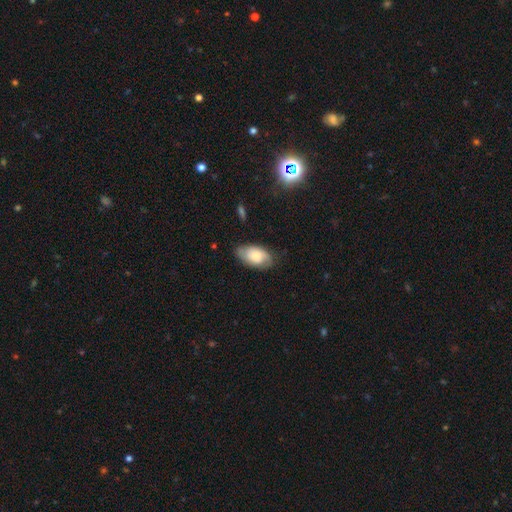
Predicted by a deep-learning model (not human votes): This is possibly a smooth galaxy (55%). How rounded: clearly in between (93%). Merging: likely none (73%).